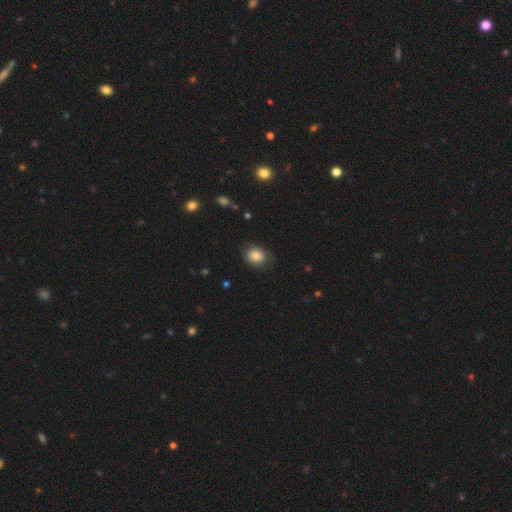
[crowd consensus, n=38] smooth-or-featured: smooth: 89% | featured or disk: 5% | star or artifact: 5%
  how-rounded: round: 56% | in between: 41% | cigar-shaped: 3%
  merging: none: 75% | minor disturbance: 19% | major disturbance: 3% | merger: 3%